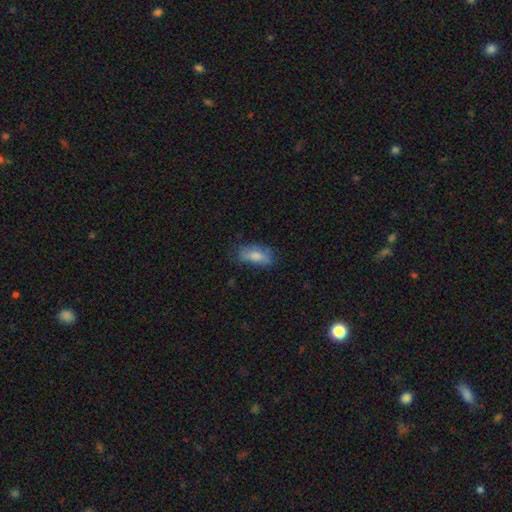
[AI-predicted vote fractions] The model was most divided on "merging": none: 57%, minor disturbance: 29%, major disturbance: 12%, merger: 2%. More confident: how rounded — in between (83%); smooth or featured — smooth (75%).